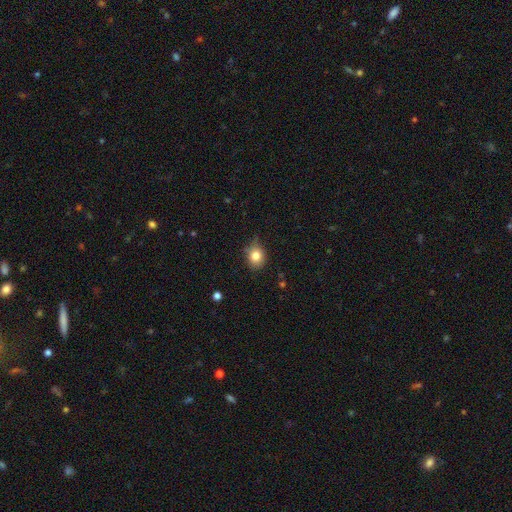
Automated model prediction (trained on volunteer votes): Smooth or featured? smooth (82%)
How rounded? round (61%)
Merging? none (69%)